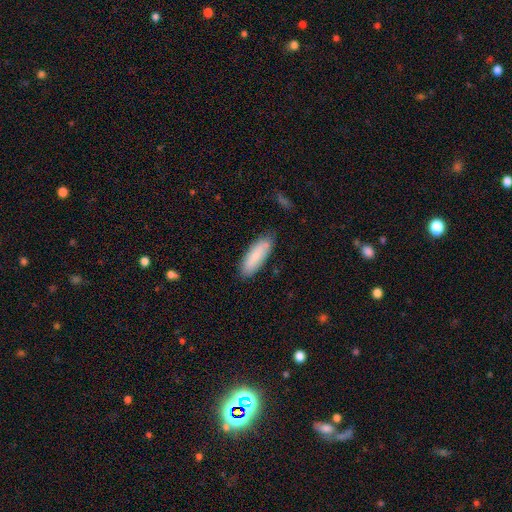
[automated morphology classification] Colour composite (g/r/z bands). It shows a smooth galaxy with no disk features (83%) that is in between round and cigar-shaped (58%). Merging: none (80%).